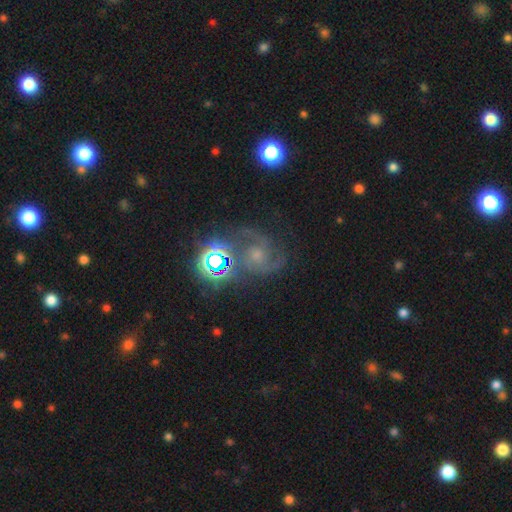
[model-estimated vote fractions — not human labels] featured or disk 69%, star or artifact 19%, smooth 12%. Down the decision tree: edge-on disk — no (98%); bar — no (66%); spiral arms — yes (95%); spiral arm count — 2 (65%); spiral winding — medium (55%); bulge size — moderate (42%); merging — none (57%).